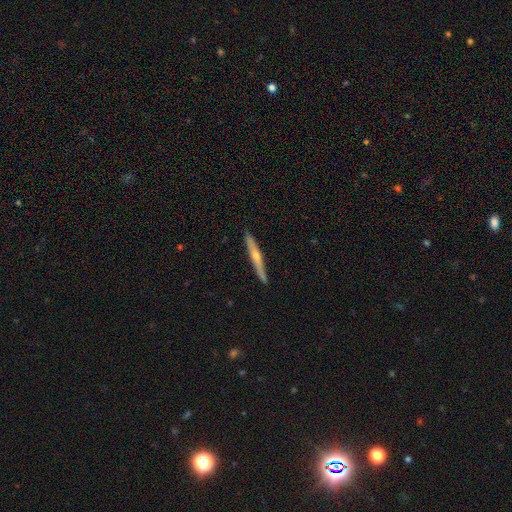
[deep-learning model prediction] A featured or disk galaxy (68%) viewed edge-on (96%) with a rounded central bulge (81%). Merging: none (89%).